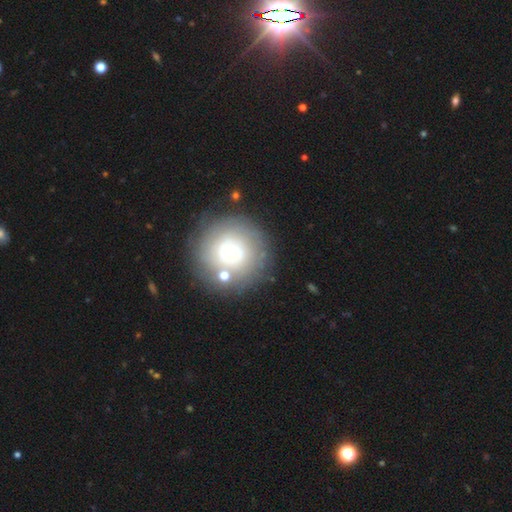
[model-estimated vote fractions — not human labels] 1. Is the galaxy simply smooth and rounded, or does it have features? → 54% smooth, 34% featured or disk, 12% star or artifact.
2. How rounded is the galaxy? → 94% round, 5% in between, 1% cigar-shaped.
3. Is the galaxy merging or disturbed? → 79% none, 11% minor disturbance, 5% merger, 5% major disturbance.